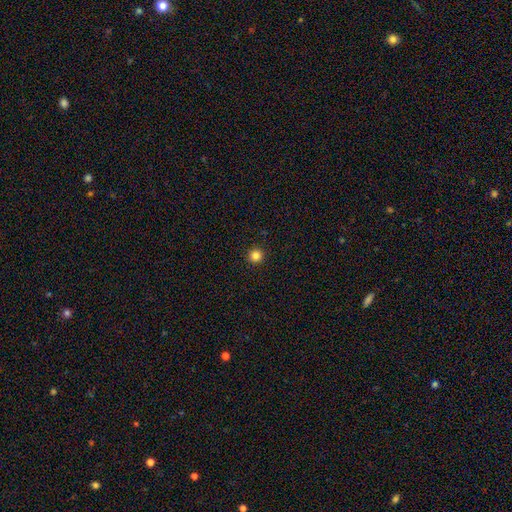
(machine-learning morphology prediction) type=smooth (84%); roundness=round (96%); merging=none (94%).